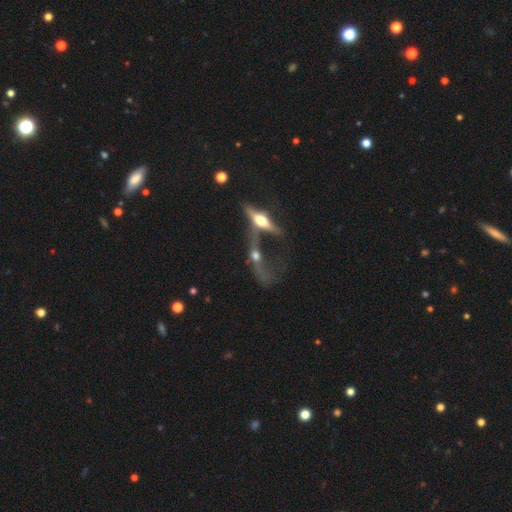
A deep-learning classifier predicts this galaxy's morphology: Q: Smooth or featured?
A: featured or disk (64%); runner-up: smooth (24%)
Q: Edge-on disk?
A: yes (66%); runner-up: no (34%)
Q: Merging?
A: merger (43%); runner-up: major disturbance (25%)